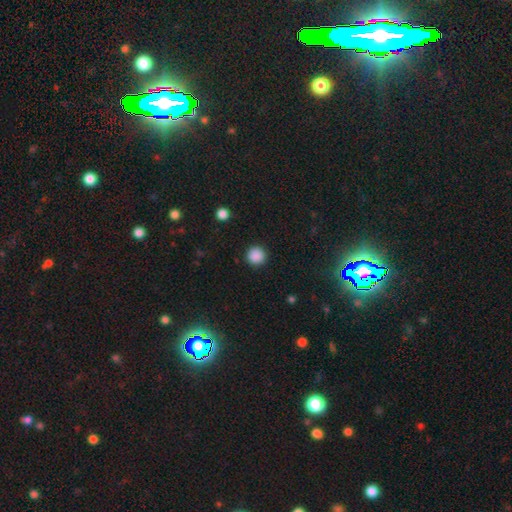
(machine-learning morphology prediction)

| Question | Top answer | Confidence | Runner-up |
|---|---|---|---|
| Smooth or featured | smooth | 88% | star or artifact (10%) |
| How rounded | round | 94% | in between (5%) |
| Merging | none | 91% | minor disturbance (6%) |